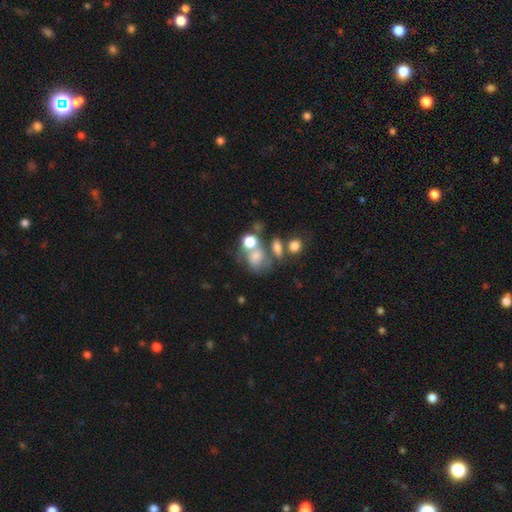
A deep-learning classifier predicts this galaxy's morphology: Smooth or featured? Predicted: smooth (p=0.64). How rounded? Predicted: round (p=0.54). Merging? Predicted: merger (p=0.43).